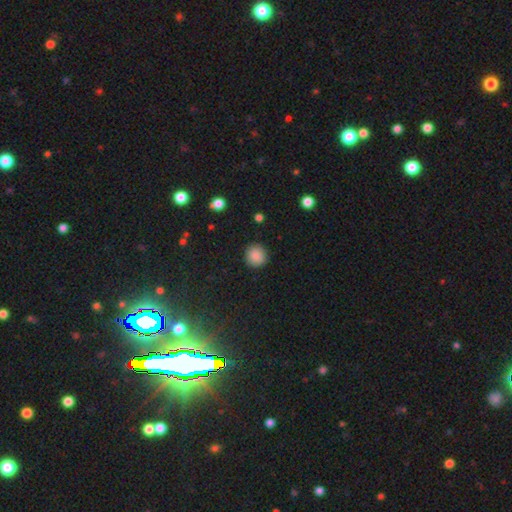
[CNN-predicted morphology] A smooth galaxy with no disk features (86%) that is round (93%). Merging: none (90%).